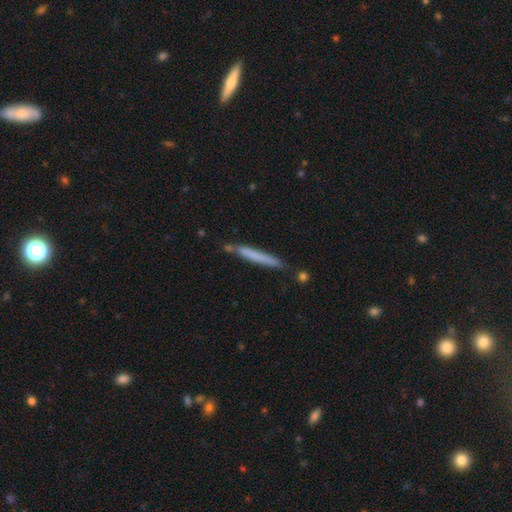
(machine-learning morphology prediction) A smooth galaxy with no disk features (66%) that is cigar-shaped (97%). Merging: none (78%).